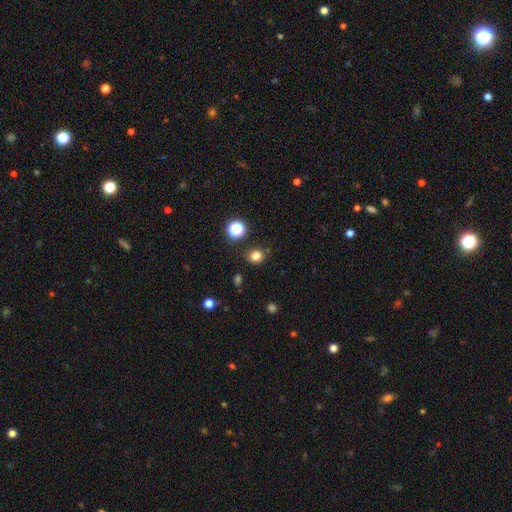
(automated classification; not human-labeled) smooth-or-featured: smooth: 79% | star or artifact: 16% | featured or disk: 5%
  how-rounded: round: 77% | in between: 22% | cigar-shaped: 1%
  merging: none: 85% | minor disturbance: 9% | merger: 3% | major disturbance: 3%